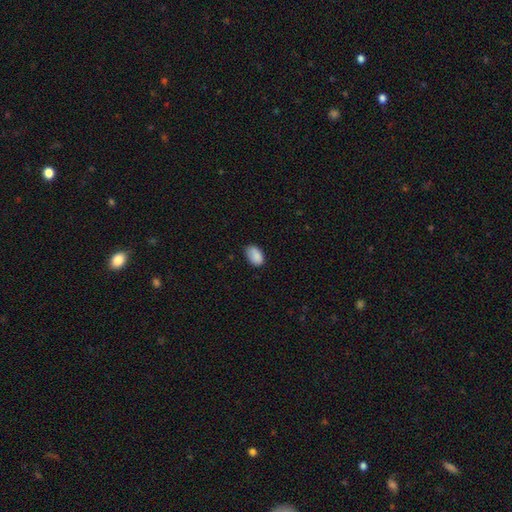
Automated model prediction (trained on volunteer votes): Smooth or featured: smooth — 88% (star or artifact — 8%)
How rounded: in between — 91% (round — 8%)
Merging: none — 72% (minor disturbance — 23%)